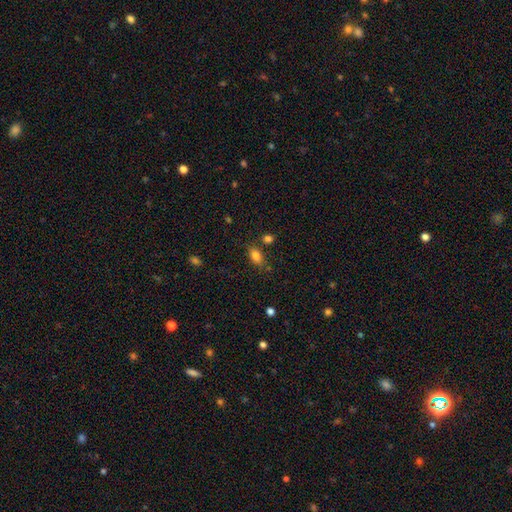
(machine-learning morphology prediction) A smooth galaxy with no disk features (82%) that is in between round and cigar-shaped (86%).

Vote fractions:
- Smooth or featured? smooth: 82% / star or artifact: 10% / featured or disk: 8%
- How rounded? in between: 86% / round: 11% / cigar-shaped: 4%
- Merging? none: 73% / minor disturbance: 14% / merger: 8% / major disturbance: 4%